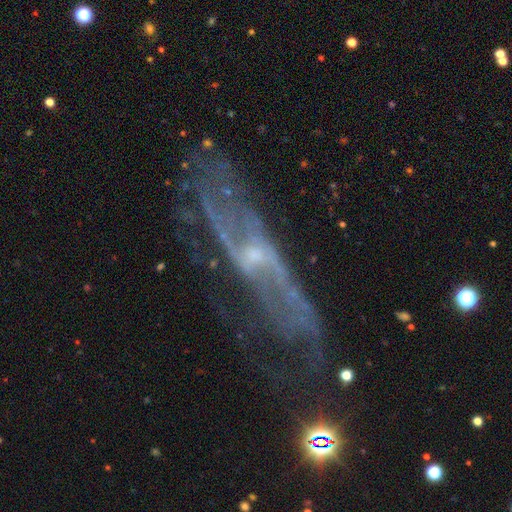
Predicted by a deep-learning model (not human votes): The model was most divided on "bar": no: 51%, weak: 36%, strong: 13%. More confident: smooth or featured — featured or disk (79%); spiral arms — yes (75%); bulge size — small (73%); edge-on disk — no (69%); merging — none (60%).